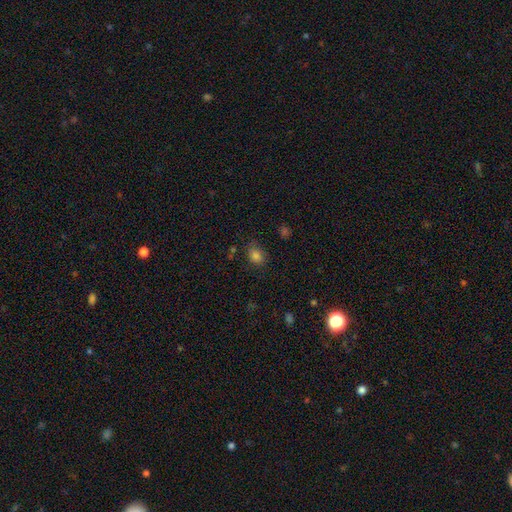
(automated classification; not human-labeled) Smooth or featured? Predicted: smooth (p=0.81). How rounded? Predicted: in between (p=0.66). Merging? Predicted: none (p=0.74).